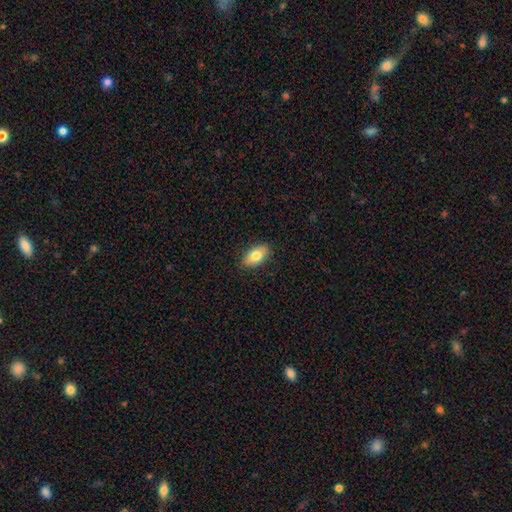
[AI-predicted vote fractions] A smooth galaxy with no disk features (80%) that is in between round and cigar-shaped (91%).

Vote fractions:
- Smooth or featured? smooth: 80% / featured or disk: 13% / star or artifact: 7%
- How rounded? in between: 91% / cigar-shaped: 4% / round: 4%
- Merging? none: 88% / minor disturbance: 9% / major disturbance: 2% / merger: 1%